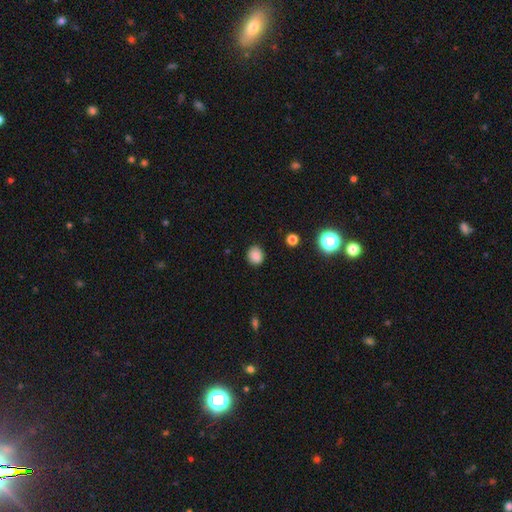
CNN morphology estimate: Q: Smooth or featured?
A: smooth (85%); runner-up: star or artifact (12%)
Q: How rounded?
A: round (74%); runner-up: in between (25%)
Q: Merging?
A: none (86%); runner-up: minor disturbance (10%)